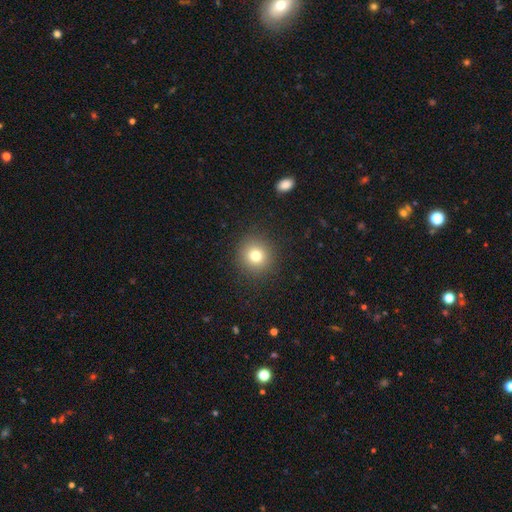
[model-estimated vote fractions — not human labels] Smooth or featured? smooth (77%)
How rounded? round (93%)
Merging? none (90%)